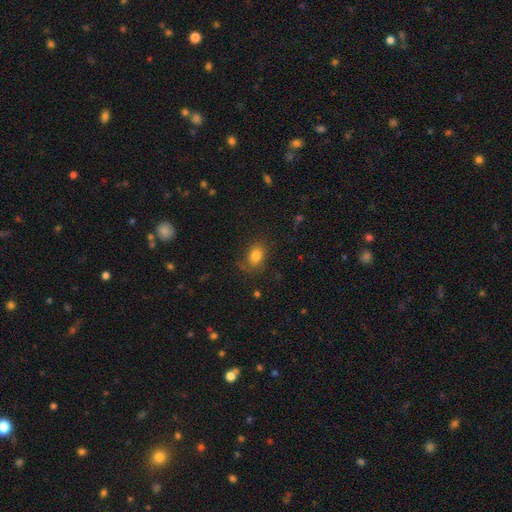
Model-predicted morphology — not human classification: smooth_or_featured: smooth (p=0.80) [alt: star or artifact p=0.10]
how_rounded: in between (p=0.62) [alt: round p=0.37]
merging: none (p=0.70) [alt: minor disturbance p=0.19]